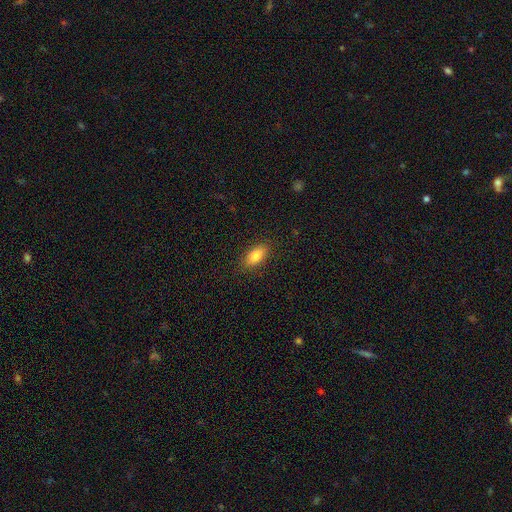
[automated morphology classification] Smooth or featured: smooth — 84% (featured or disk — 9%)
How rounded: in between — 87% (cigar-shaped — 9%)
Merging: none — 88% (minor disturbance — 9%)